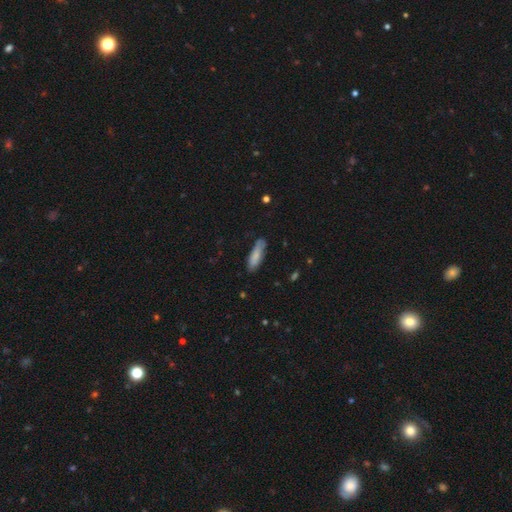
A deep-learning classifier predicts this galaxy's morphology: Overall: smooth (76%). How rounded: cigar-shaped (54%; in between 44%). Merging: none (72%).